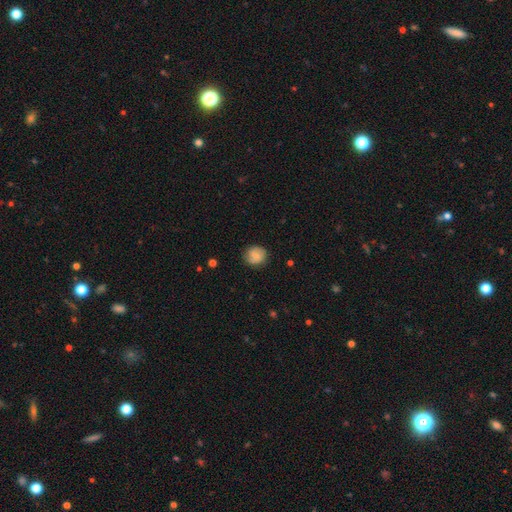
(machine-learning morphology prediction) smooth_or_featured: smooth (p=0.71) [alt: featured or disk p=0.20]
how_rounded: round (p=0.81) [alt: in between p=0.18]
merging: none (p=0.80) [alt: minor disturbance p=0.15]